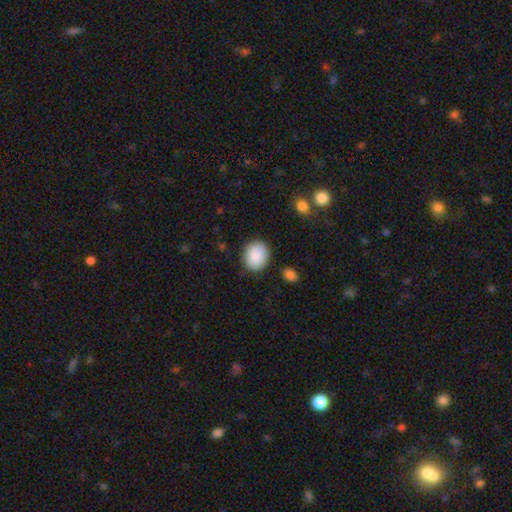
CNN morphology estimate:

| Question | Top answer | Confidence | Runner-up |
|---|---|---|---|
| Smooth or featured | smooth | 89% | star or artifact (7%) |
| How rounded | round | 63% | in between (36%) |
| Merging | none | 86% | minor disturbance (9%) |